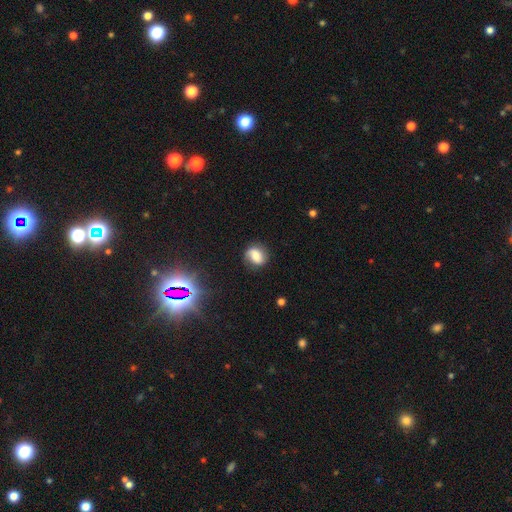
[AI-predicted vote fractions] smooth-or-featured: smooth: 57% | featured or disk: 31% | star or artifact: 12%
  how-rounded: round: 51% | in between: 48% | cigar-shaped: 1%
  merging: none: 76% | minor disturbance: 17% | major disturbance: 6% | merger: 1%